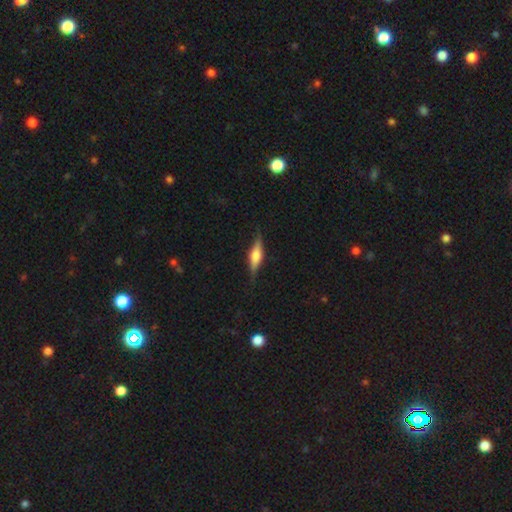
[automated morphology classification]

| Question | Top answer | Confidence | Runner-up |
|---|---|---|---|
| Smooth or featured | featured or disk | 62% | smooth (31%) |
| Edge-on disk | yes | 95% | no (5%) |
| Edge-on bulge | rounded | 85% | boxy (13%) |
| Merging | none | 83% | minor disturbance (13%) |